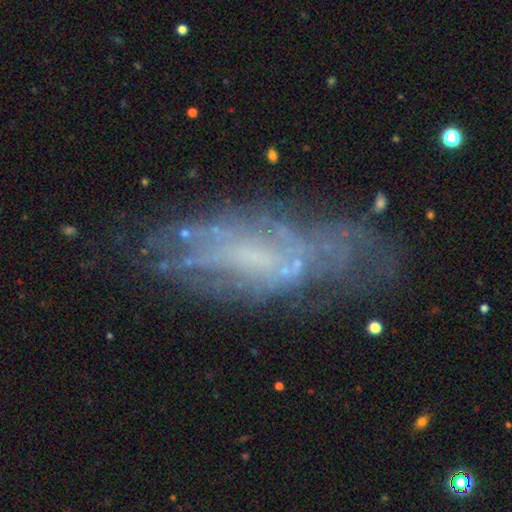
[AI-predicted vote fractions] smooth_or_featured: featured or disk (p=0.66) [alt: smooth p=0.22]
disk_edge_on: no (p=0.82) [alt: yes p=0.18]
bar: no (p=0.64) [alt: weak p=0.27]
has_spiral_arms: yes (p=0.50) [tied with: no p=0.50]
bulge_size: none (p=0.57) [alt: small p=0.26]
merging: none (p=0.60) [alt: minor disturbance p=0.22]